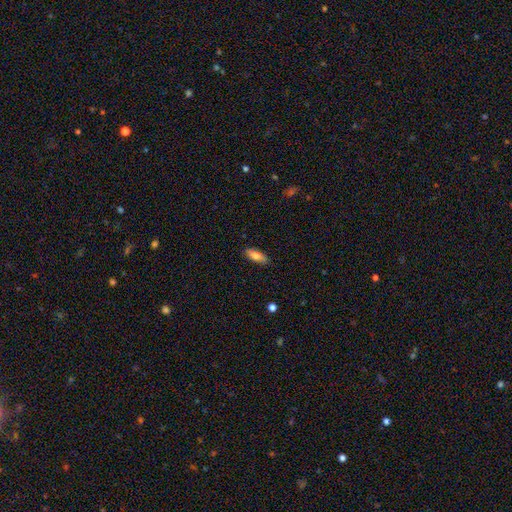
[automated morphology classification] smooth 77%, featured or disk 16%, star or artifact 7%. Down the decision tree: how rounded — in between (76%); merging — none (86%).